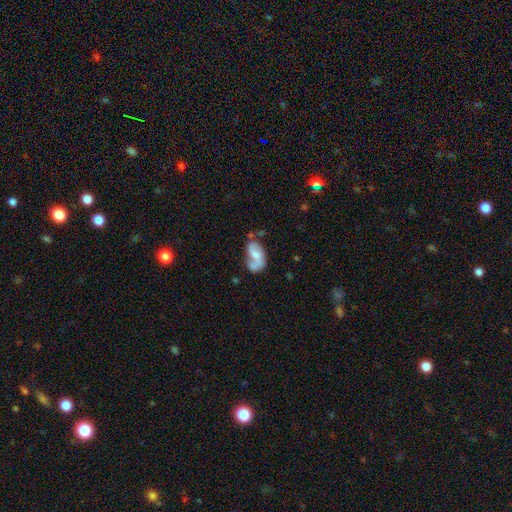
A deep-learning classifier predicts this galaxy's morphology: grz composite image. It shows a featured or disk galaxy (62%) with no bar (47%), spiral arms (83%) and a moderate central bulge (35%). Merging: none (40%).